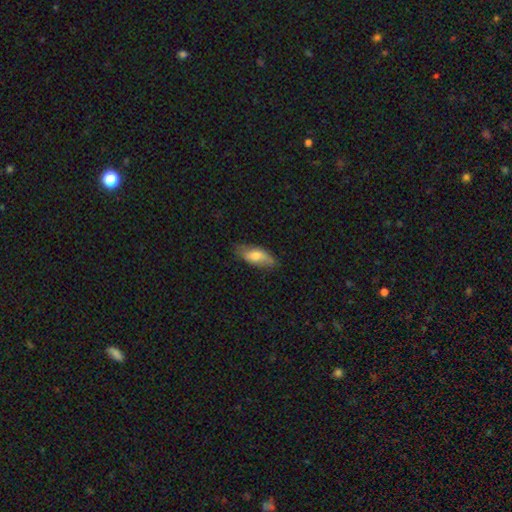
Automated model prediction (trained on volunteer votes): Q: Smooth or featured?
A: smooth (68%); runner-up: featured or disk (26%)
Q: How rounded?
A: in between (81%); runner-up: cigar-shaped (16%)
Q: Merging?
A: none (73%); runner-up: minor disturbance (21%)